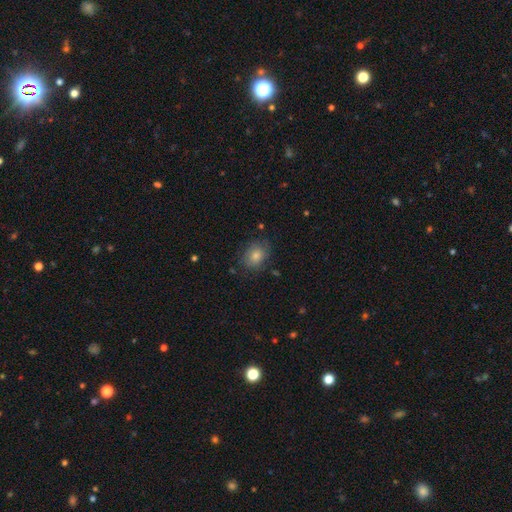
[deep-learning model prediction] A smooth galaxy with no disk features (70%) that is in between round and cigar-shaped (51%).

Vote fractions:
- Smooth or featured? smooth: 70% / featured or disk: 16% / star or artifact: 14%
- How rounded? in between: 51% / round: 48% / cigar-shaped: 1%
- Merging? none: 78% / minor disturbance: 16% / major disturbance: 4% / merger: 1%